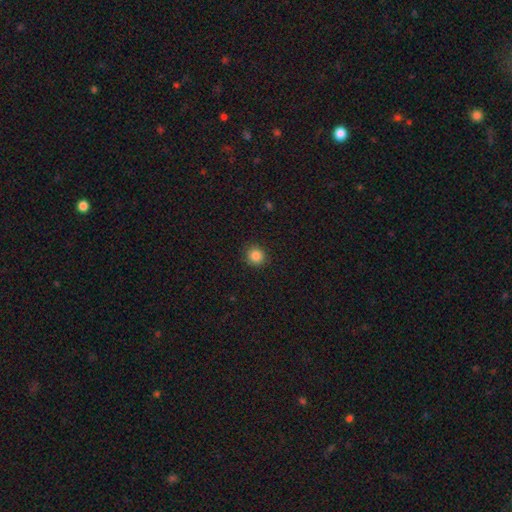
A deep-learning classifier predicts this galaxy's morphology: The model was most divided on "smooth or featured": smooth: 86%, star or artifact: 11%, featured or disk: 4%. More confident: how rounded — round (91%); merging — none (90%).